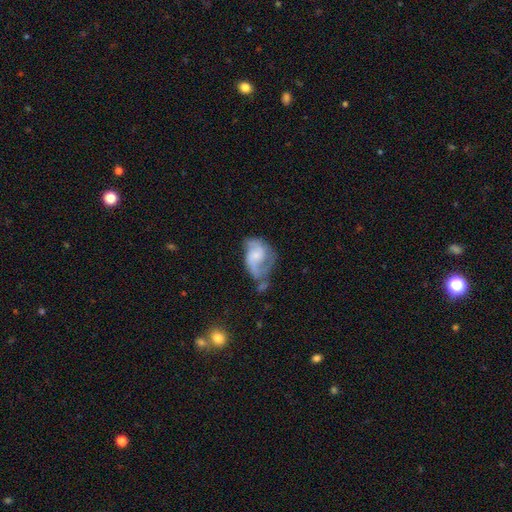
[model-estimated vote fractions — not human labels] The model was most divided on "merging": none: 31%, major disturbance: 30%, minor disturbance: 28%, merger: 11%. Remaining: edge-on disk — no (98%); spiral arms — yes (87%); spiral arm count — 2 (70%); smooth or featured — featured or disk (69%); bar — no (64%); bulge size — small (49%); spiral winding — medium (47%).